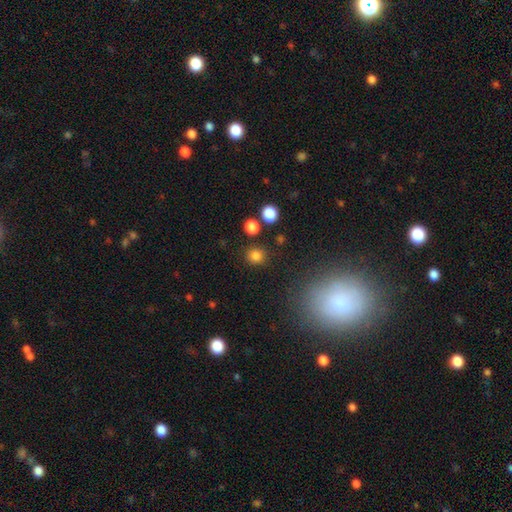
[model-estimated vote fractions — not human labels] This appears to be a smooth galaxy with no disk features (81%) that is round (88%). Merging: none (85%).